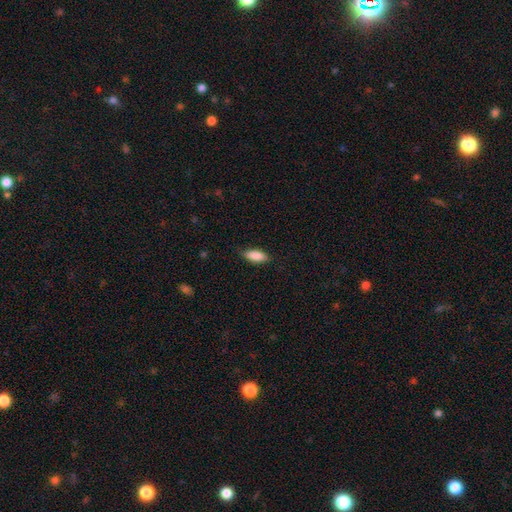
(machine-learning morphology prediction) The model was most divided on "how rounded": in between: 80%, cigar-shaped: 18%, round: 2%. More confident: smooth or featured — smooth (87%); merging — none (81%).